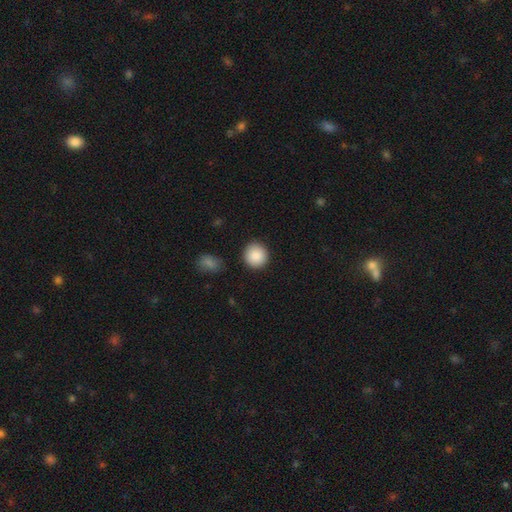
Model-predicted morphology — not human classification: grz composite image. It shows a smooth galaxy with no disk features (89%) that is round (91%). Merging: none (89%).